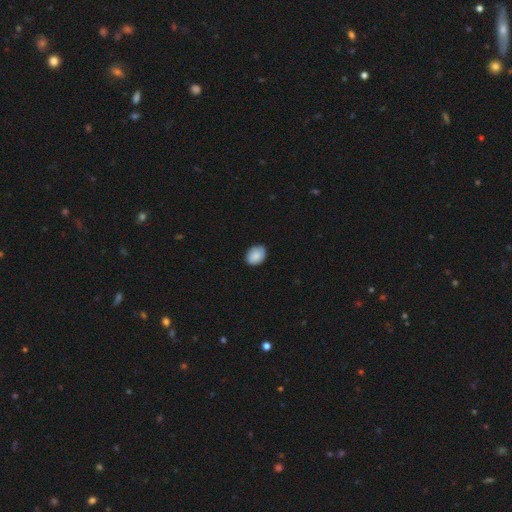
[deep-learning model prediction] A smooth galaxy with no disk features (85%) that is in between round and cigar-shaped (59%).

Vote fractions:
- Smooth or featured? smooth: 85% / featured or disk: 8% / star or artifact: 7%
- How rounded? in between: 59% / round: 40% / cigar-shaped: 1%
- Merging? none: 80% / minor disturbance: 17% / major disturbance: 3% / merger: 1%